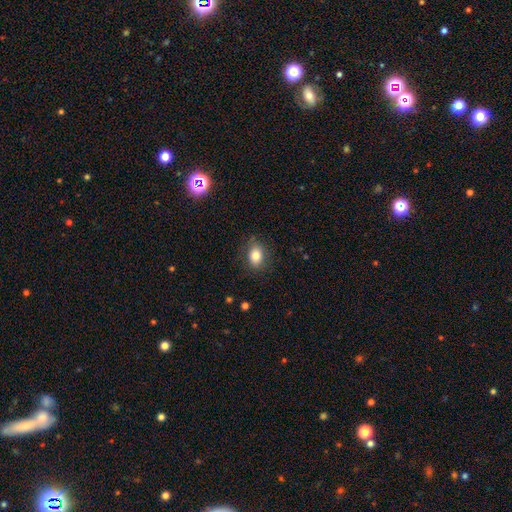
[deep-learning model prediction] The model was most divided on "how rounded": in between: 70%, round: 28%, cigar-shaped: 1%. More confident: merging — none (81%); smooth or featured — smooth (81%).